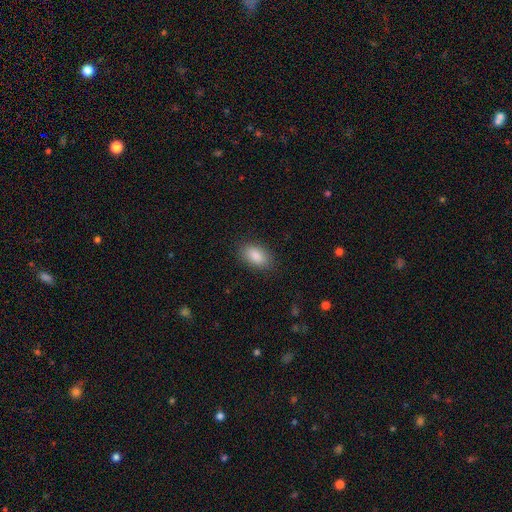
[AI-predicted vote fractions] This appears to be a smooth galaxy with no disk features (88%) that is in between round and cigar-shaped (92%). Merging: none (86%).